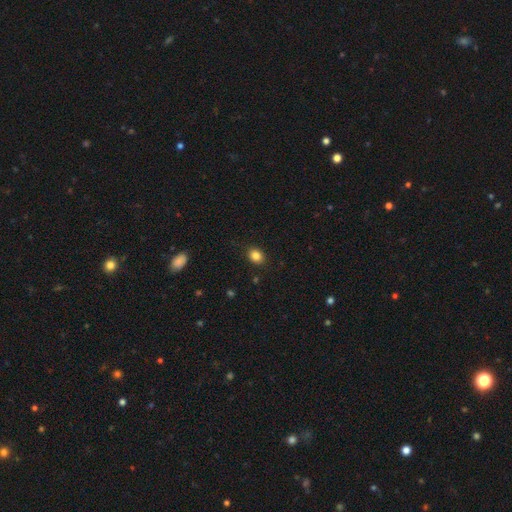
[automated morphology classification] smooth-or-featured: smooth: 85% | star or artifact: 10% | featured or disk: 5%
  how-rounded: in between: 51% | round: 48% | cigar-shaped: 1%
  merging: none: 88% | minor disturbance: 9% | major disturbance: 2% | merger: 1%